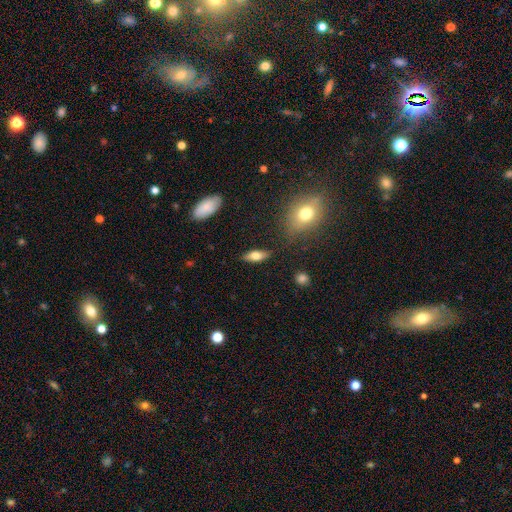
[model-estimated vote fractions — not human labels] Smooth or featured? smooth (69%)
How rounded? in between (75%)
Merging? none (84%)